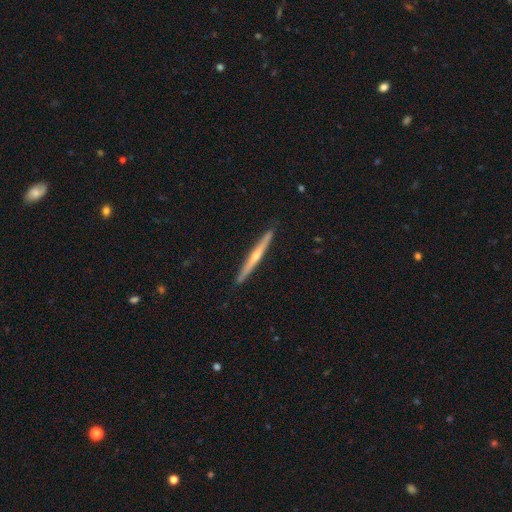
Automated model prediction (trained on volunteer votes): This appears to be a featured or disk galaxy (73%) viewed edge-on (98%) with a rounded central bulge (83%). Merging: none (92%).